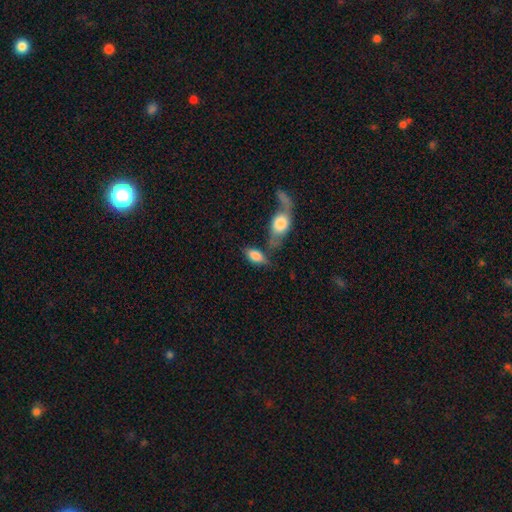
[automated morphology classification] smooth_or_featured: smooth (p=0.80) [alt: featured or disk p=0.13]
how_rounded: in between (p=0.89) [alt: cigar-shaped p=0.06]
merging: none (p=0.42) [alt: merger p=0.31]